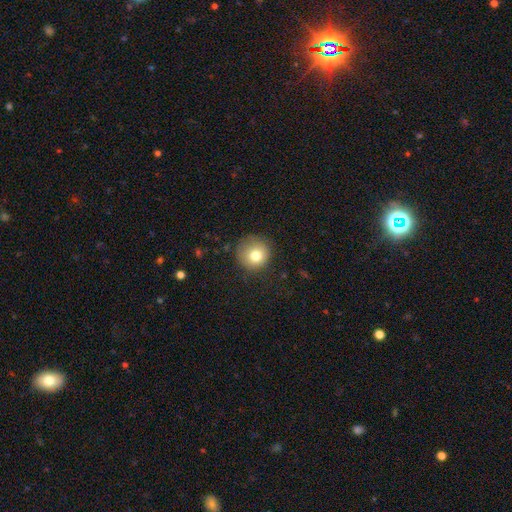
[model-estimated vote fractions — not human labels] A smooth galaxy with no disk features (79%) that is round (92%).

Vote fractions:
- Smooth or featured? smooth: 79% / featured or disk: 11% / star or artifact: 10%
- How rounded? round: 92% / in between: 7% / cigar-shaped: 1%
- Merging? none: 77% / minor disturbance: 17% / major disturbance: 6% / merger: 1%